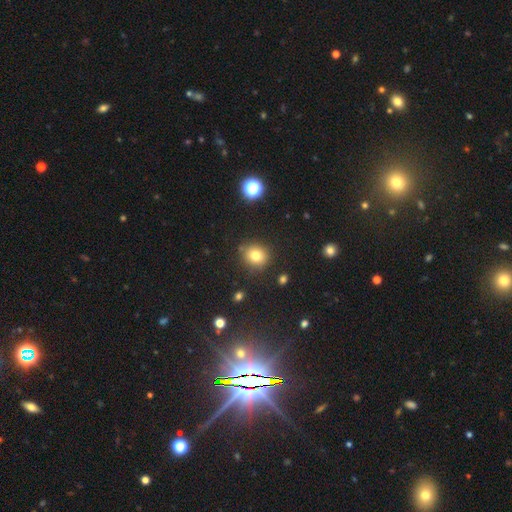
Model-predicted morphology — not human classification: The model was most divided on "how rounded": round: 81%, in between: 18%, cigar-shaped: 1%. More confident: merging — none (83%); smooth or featured — smooth (77%).